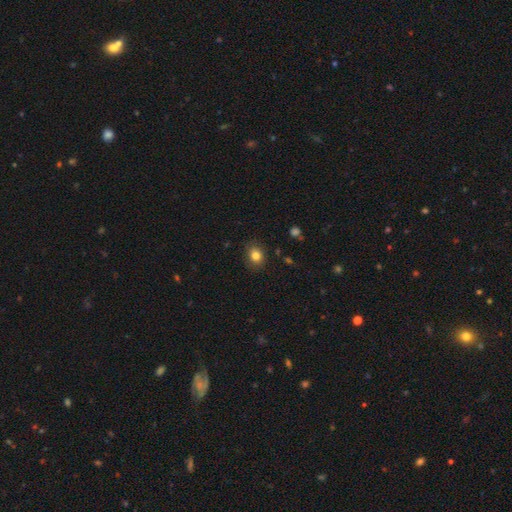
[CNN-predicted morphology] Overall: smooth (83%). How rounded: round (54%; in between 45%). Merging: none (85%).